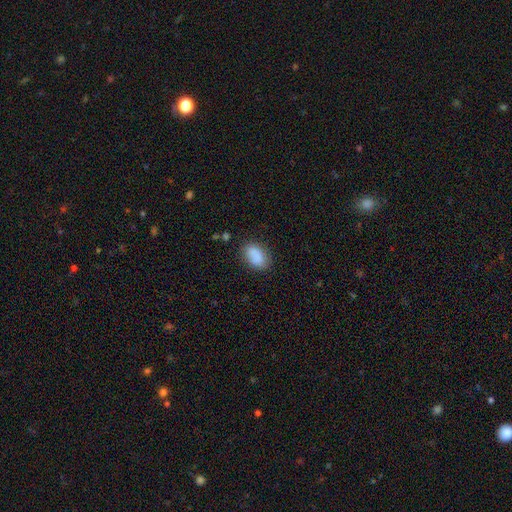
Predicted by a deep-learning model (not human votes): smooth 84%, featured or disk 8%, star or artifact 8%. Down the decision tree: how rounded — in between (85%); merging — none (72%).